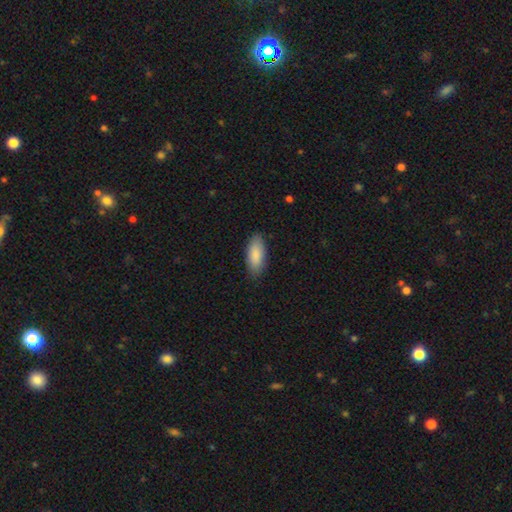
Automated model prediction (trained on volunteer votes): This appears to be a smooth galaxy with no disk features (89%) that is in between round and cigar-shaped (83%). Merging: none (87%).